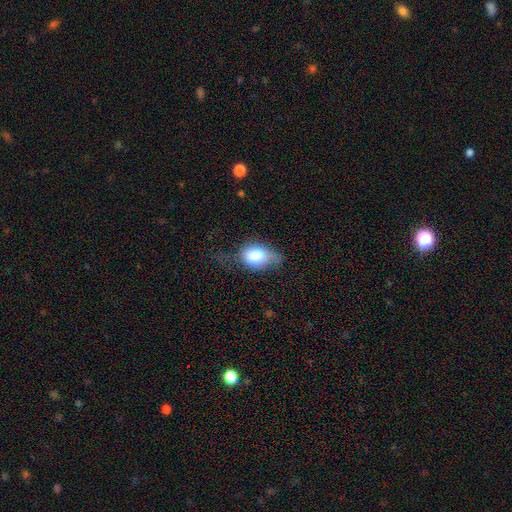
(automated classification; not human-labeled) smooth 79%, featured or disk 13%, star or artifact 8%. Down the decision tree: how rounded — in between (83%); merging — minor disturbance (38%).